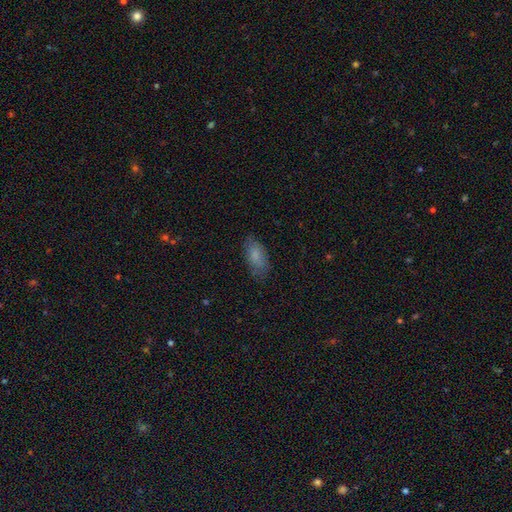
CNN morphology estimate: A smooth galaxy with no disk features (82%) that is in between round and cigar-shaped (89%). Merging: none (75%).